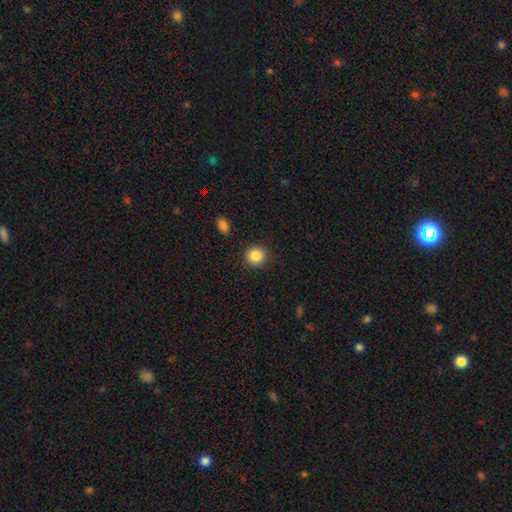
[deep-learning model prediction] The model was most divided on "how rounded": round: 87%, in between: 12%, cigar-shaped: 1%. More confident: merging — none (89%); smooth or featured — smooth (86%).